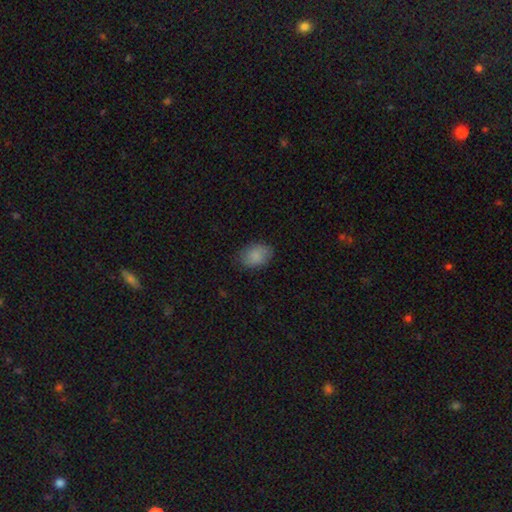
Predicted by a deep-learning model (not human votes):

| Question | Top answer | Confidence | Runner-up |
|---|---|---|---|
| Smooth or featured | smooth | 86% | star or artifact (7%) |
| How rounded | in between | 78% | round (21%) |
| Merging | none | 80% | minor disturbance (16%) |